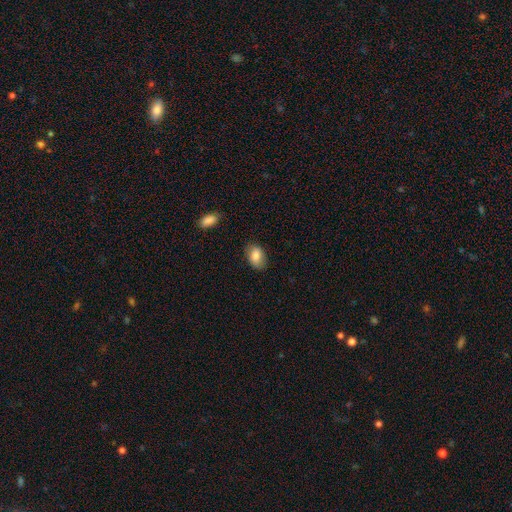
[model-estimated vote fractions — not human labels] This is clearly a smooth galaxy (84%). How rounded: clearly in between (87%). Merging: likely none (79%).